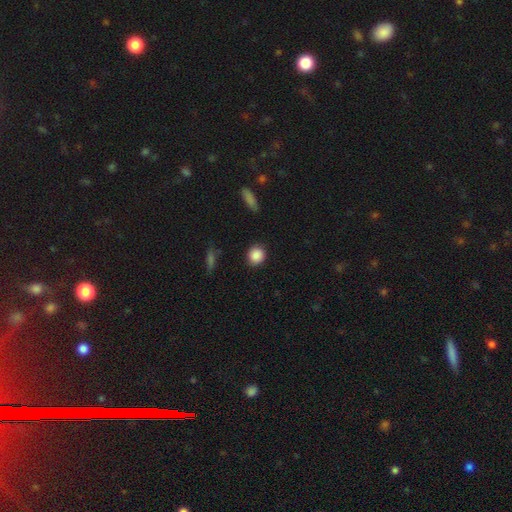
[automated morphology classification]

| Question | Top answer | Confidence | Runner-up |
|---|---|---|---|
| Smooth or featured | smooth | 88% | star or artifact (8%) |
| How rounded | round | 84% | in between (15%) |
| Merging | none | 88% | minor disturbance (8%) |